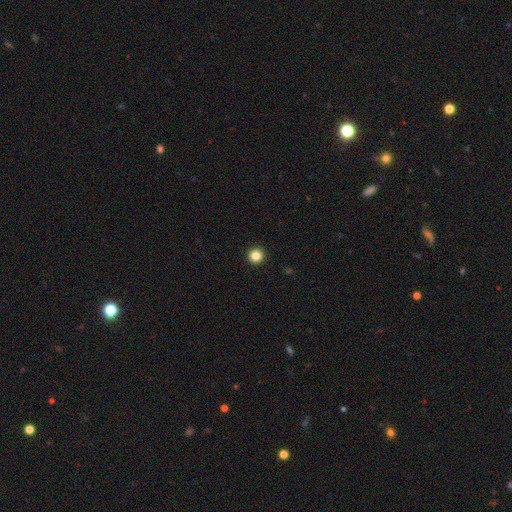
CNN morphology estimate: smooth 84%, star or artifact 12%, featured or disk 4%. Down the decision tree: how rounded — round (96%); merging — none (94%).